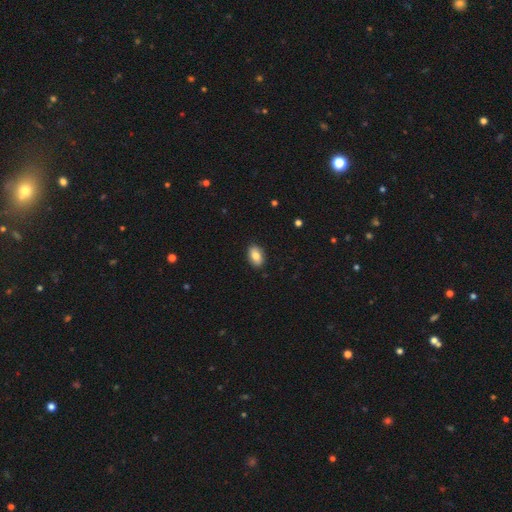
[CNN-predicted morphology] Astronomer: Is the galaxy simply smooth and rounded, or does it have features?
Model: smooth — 82%.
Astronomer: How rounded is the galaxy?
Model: in between — 90%.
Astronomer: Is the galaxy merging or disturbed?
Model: none — 89%.